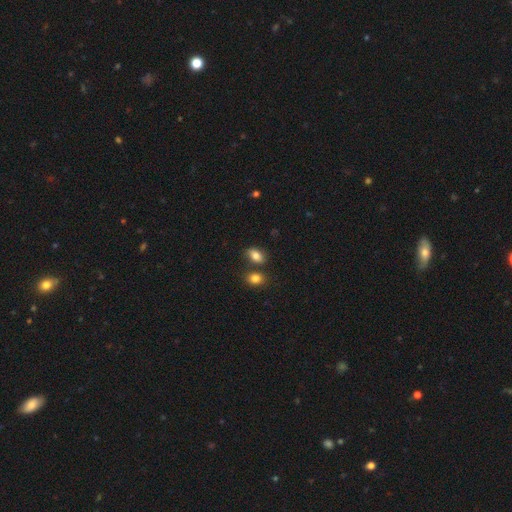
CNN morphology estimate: smooth-or-featured: smooth: 83% | star or artifact: 9% | featured or disk: 7%
  how-rounded: in between: 85% | round: 13% | cigar-shaped: 2%
  merging: none: 66% | merger: 18% | minor disturbance: 12% | major disturbance: 3%